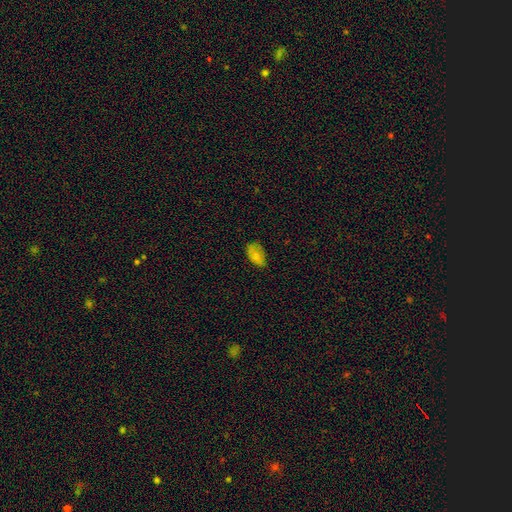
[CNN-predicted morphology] Smooth or featured? Predicted: smooth (p=0.80). How rounded? Predicted: in between (p=0.93). Merging? Predicted: none (p=0.61).